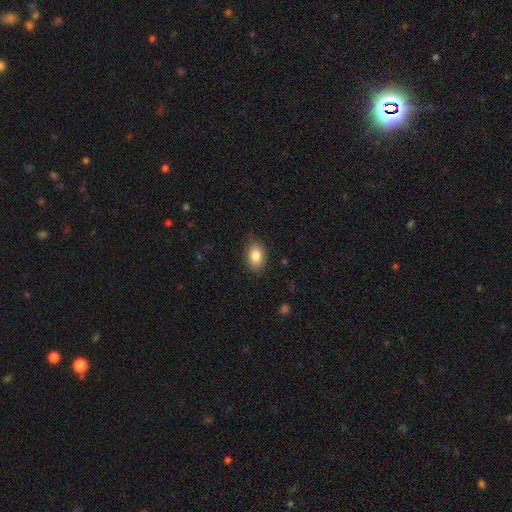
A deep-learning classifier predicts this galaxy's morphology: This is clearly a smooth galaxy (85%). How rounded: clearly in between (86%). Merging: clearly none (80%).